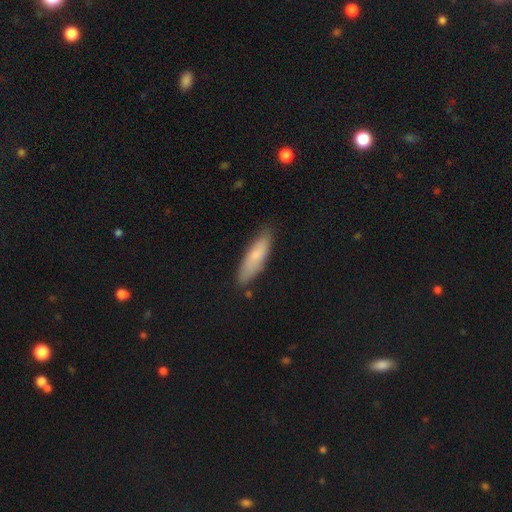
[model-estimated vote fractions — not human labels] Smooth or featured: smooth — 74% (featured or disk — 20%)
How rounded: cigar-shaped — 62% (in between — 37%)
Merging: none — 81% (minor disturbance — 15%)